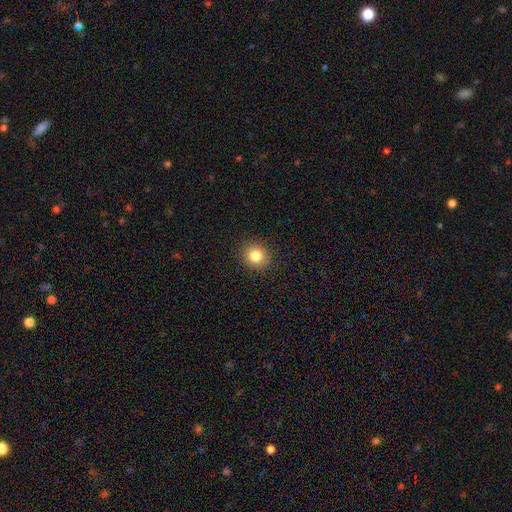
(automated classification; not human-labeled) Q: Smooth or featured?
A: smooth (83%); runner-up: star or artifact (11%)
Q: How rounded?
A: round (81%); runner-up: in between (18%)
Q: Merging?
A: none (90%); runner-up: minor disturbance (7%)